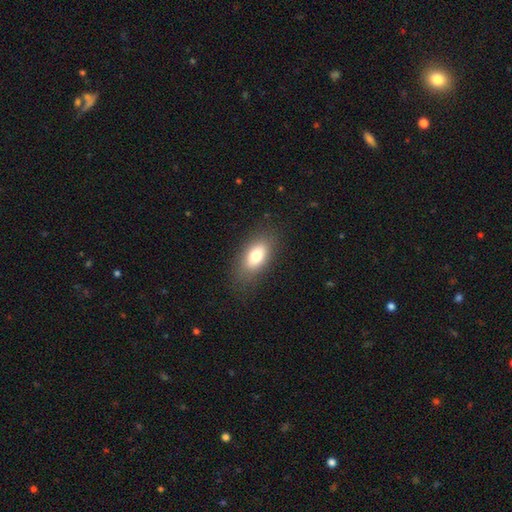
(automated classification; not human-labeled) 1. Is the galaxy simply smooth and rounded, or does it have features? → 76% smooth, 15% featured or disk, 9% star or artifact.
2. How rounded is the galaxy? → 87% in between, 6% round, 6% cigar-shaped.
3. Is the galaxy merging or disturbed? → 82% none, 12% minor disturbance, 5% major disturbance, 1% merger.